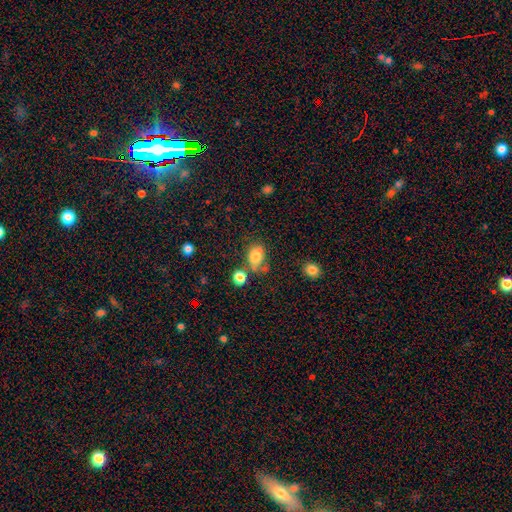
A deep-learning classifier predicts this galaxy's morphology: A smooth galaxy with no disk features (79%) that is in between round and cigar-shaped (69%).

Vote fractions:
- Smooth or featured? smooth: 79% / star or artifact: 11% / featured or disk: 10%
- How rounded? in between: 69% / round: 29% / cigar-shaped: 1%
- Merging? none: 53% / minor disturbance: 20% / merger: 18% / major disturbance: 8%